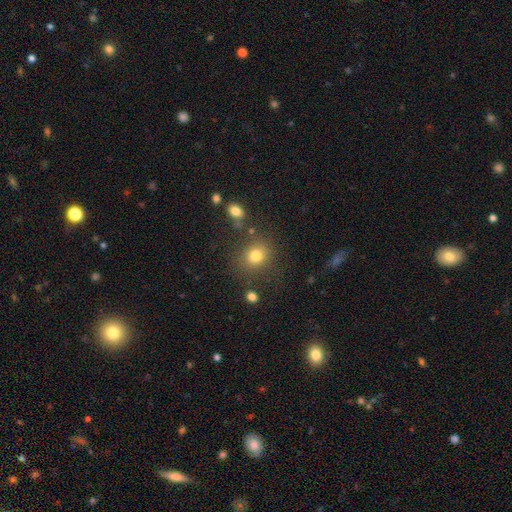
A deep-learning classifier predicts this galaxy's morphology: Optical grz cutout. It shows a smooth galaxy with no disk features (78%) that is round (71%). Merging: none (79%).